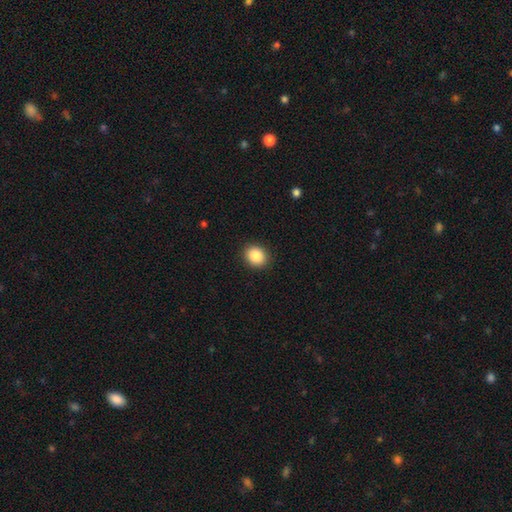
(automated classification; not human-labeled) This appears to be a smooth galaxy with no disk features (87%) that is round (62%). Merging: none (91%).